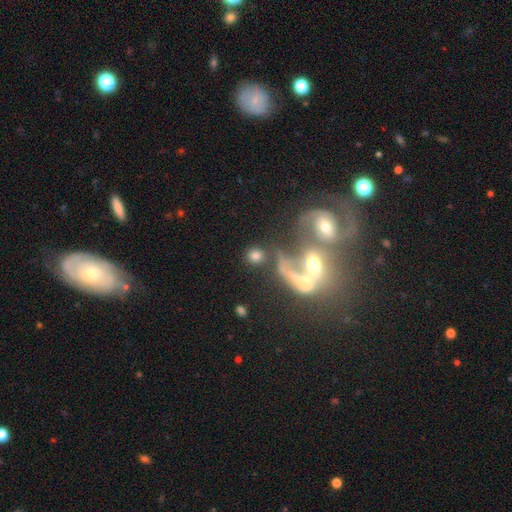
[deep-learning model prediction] Smooth or featured?
  - smooth: 73% *
  - featured or disk: 17%
  - star or artifact: 10%
How rounded?
  - round: 76% *
  - in between: 21%
  - cigar-shaped: 2%
Merging?
  - none: 55% *
  - merger: 24%
  - major disturbance: 10%
  - minor disturbance: 10%